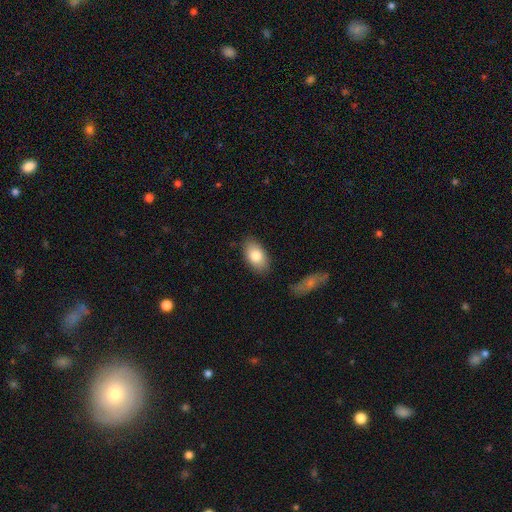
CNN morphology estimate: This is clearly a smooth galaxy (80%). How rounded: clearly in between (92%). Merging: clearly none (84%).